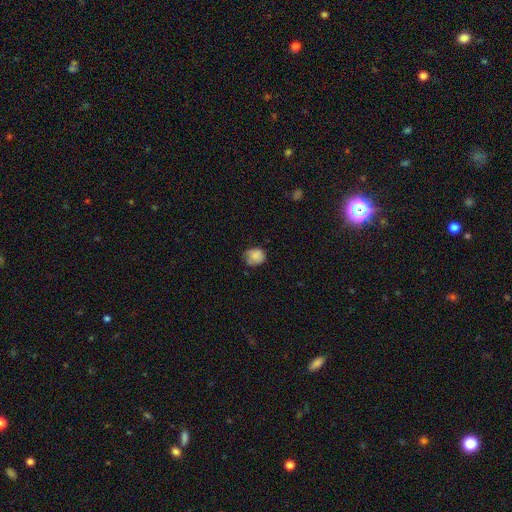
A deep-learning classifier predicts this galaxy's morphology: smooth_or_featured: smooth (p=0.80) [alt: featured or disk p=0.11]
how_rounded: round (p=0.68) [alt: in between p=0.31]
merging: none (p=0.59) [alt: minor disturbance p=0.31]